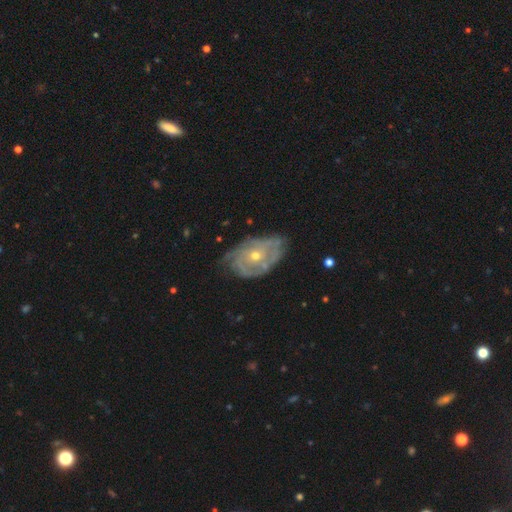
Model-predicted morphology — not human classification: A featured or disk galaxy (79%) with no bar (81%), tight (64%) spiral arms (82%) and a small central bulge (51%). Merging: none (58%).